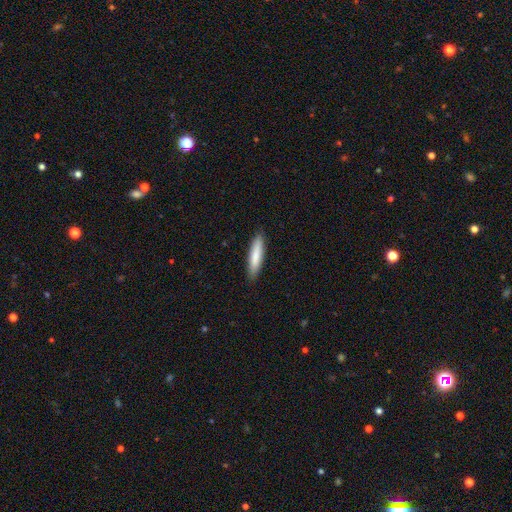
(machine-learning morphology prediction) This appears to be a smooth galaxy with no disk features (81%) that is cigar-shaped (83%). Merging: none (89%).